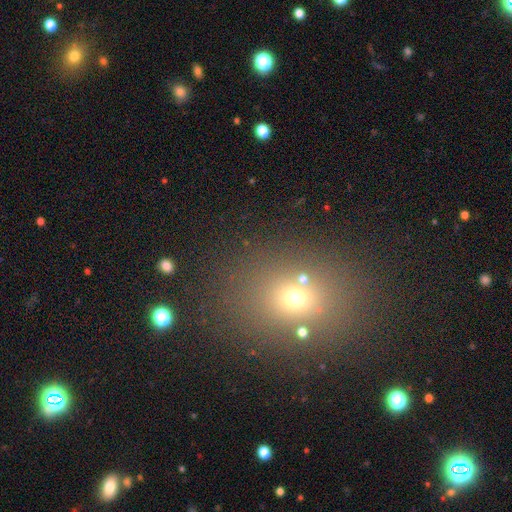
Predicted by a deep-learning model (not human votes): Smooth or featured?
  - smooth: 53% *
  - star or artifact: 35%
  - featured or disk: 12%
How rounded?
  - round: 50% *
  - in between: 49%
  - cigar-shaped: 2%
Merging?
  - none: 78% *
  - minor disturbance: 9%
  - merger: 9%
  - major disturbance: 4%